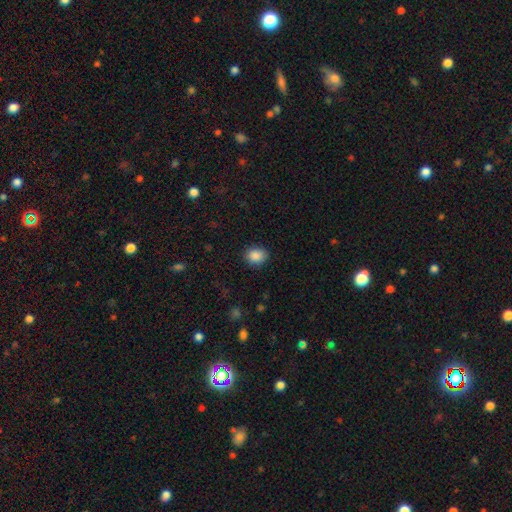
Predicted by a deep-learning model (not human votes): Smooth or featured? Predicted: smooth (p=0.88). How rounded? Predicted: in between (p=0.50). Merging? Predicted: none (p=0.86).